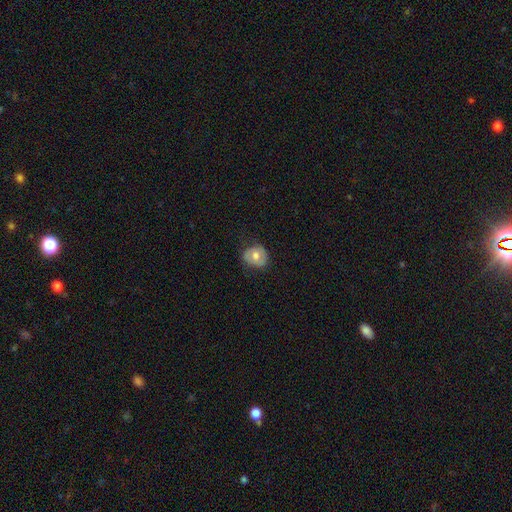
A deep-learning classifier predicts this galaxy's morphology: smooth 60%, featured or disk 32%, star or artifact 7%. Down the decision tree: how rounded — round (70%); merging — none (73%).